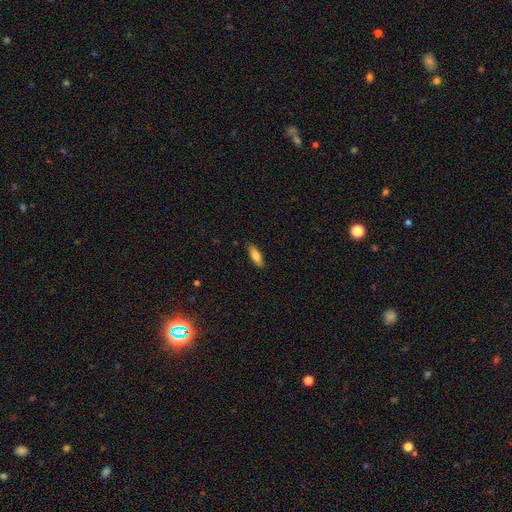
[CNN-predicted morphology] smooth-or-featured: smooth: 80% | featured or disk: 14% | star or artifact: 7%
  how-rounded: in between: 59% | cigar-shaped: 39% | round: 2%
  merging: none: 86% | minor disturbance: 10% | major disturbance: 2% | merger: 1%